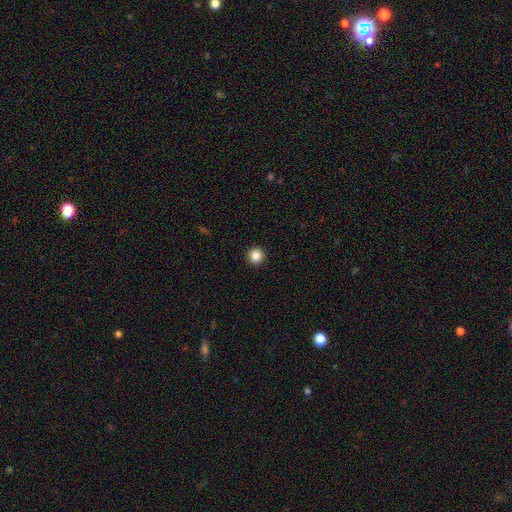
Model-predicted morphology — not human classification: smooth_or_featured: smooth (p=0.85) [alt: star or artifact p=0.10]
how_rounded: round (p=0.96) [alt: in between p=0.03]
merging: none (p=0.94) [alt: minor disturbance p=0.04]